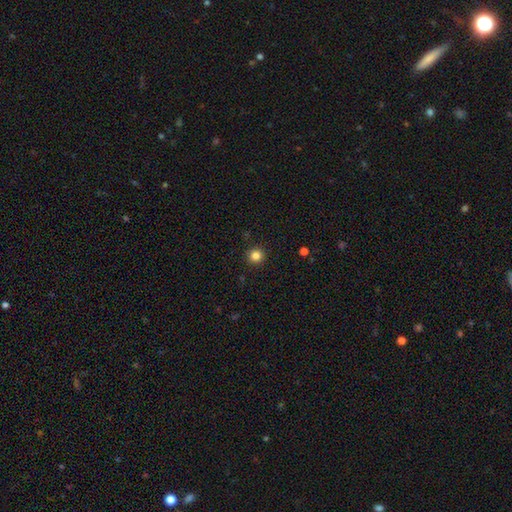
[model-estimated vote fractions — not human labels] smooth_or_featured: smooth (p=0.83) [alt: star or artifact p=0.12]
how_rounded: round (p=0.94) [alt: in between p=0.05]
merging: none (p=0.92) [alt: minor disturbance p=0.05]